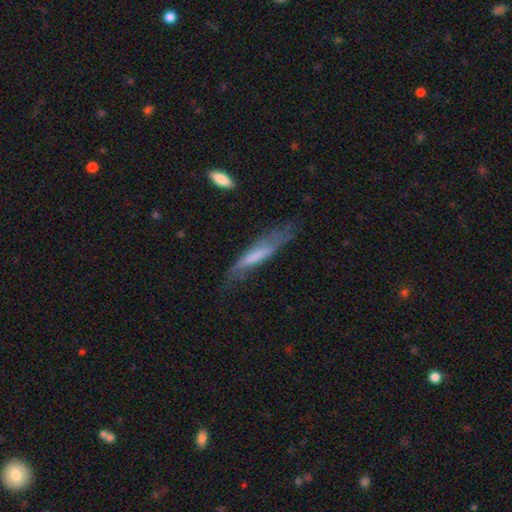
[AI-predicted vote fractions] The model was most divided on "smooth or featured": smooth: 52%, featured or disk: 40%, star or artifact: 7%. Remaining: how rounded — cigar-shaped (85%); merging — none (48%).